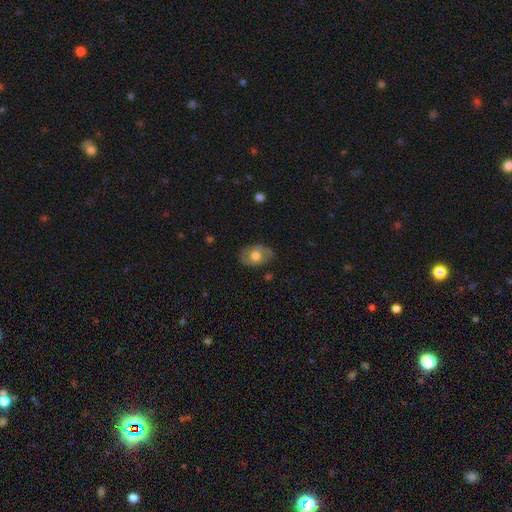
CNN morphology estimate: smooth-or-featured: smooth: 54% | featured or disk: 40% | star or artifact: 7%
  how-rounded: in between: 78% | round: 21% | cigar-shaped: 1%
  merging: none: 74% | minor disturbance: 20% | major disturbance: 5% | merger: 1%